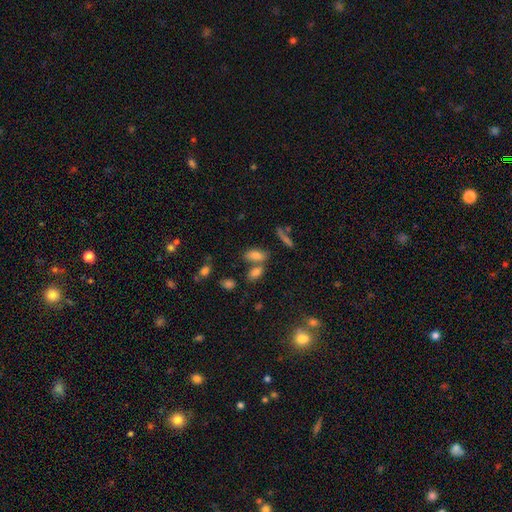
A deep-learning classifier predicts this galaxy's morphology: The model was most divided on "merging": none: 54%, merger: 30%, minor disturbance: 12%, major disturbance: 5%. More confident: how rounded — in between (81%); smooth or featured — smooth (76%).